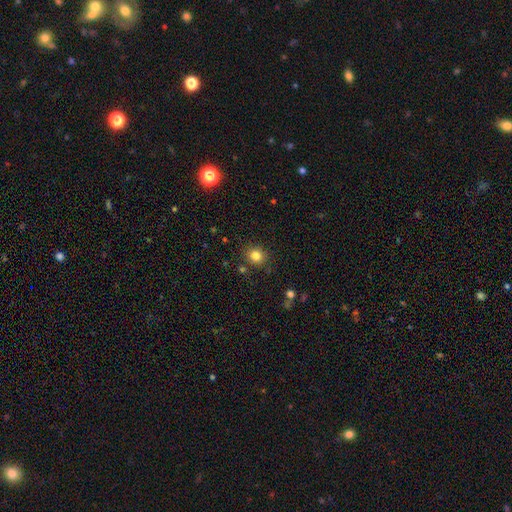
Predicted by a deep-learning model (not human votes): The model was most divided on "how rounded": round: 78%, in between: 21%, cigar-shaped: 1%. More confident: merging — none (86%); smooth or featured — smooth (82%).